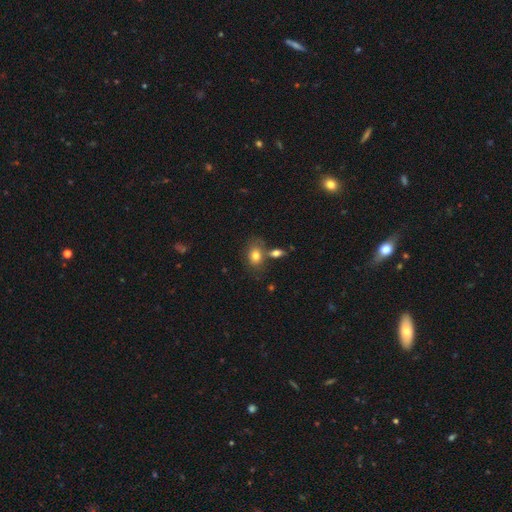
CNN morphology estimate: Smooth or featured?
  - smooth: 78% *
  - featured or disk: 12%
  - star or artifact: 10%
How rounded?
  - in between: 67% *
  - round: 32%
  - cigar-shaped: 2%
Merging?
  - none: 58% *
  - merger: 23%
  - minor disturbance: 14%
  - major disturbance: 5%